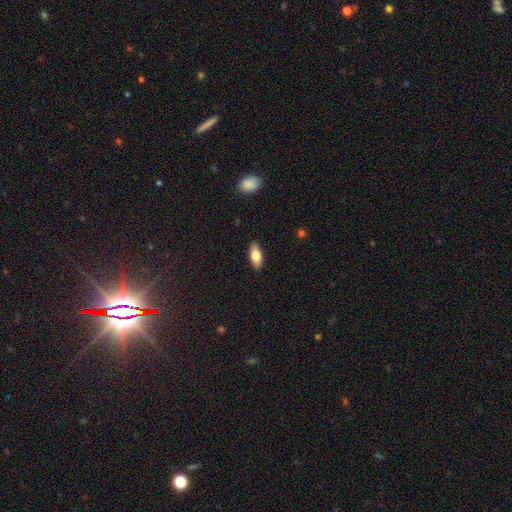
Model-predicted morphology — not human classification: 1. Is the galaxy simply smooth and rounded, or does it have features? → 76% smooth, 17% featured or disk, 7% star or artifact.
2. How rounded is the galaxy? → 82% in between, 16% cigar-shaped, 3% round.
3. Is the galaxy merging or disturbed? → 89% none, 8% minor disturbance, 2% major disturbance, 1% merger.